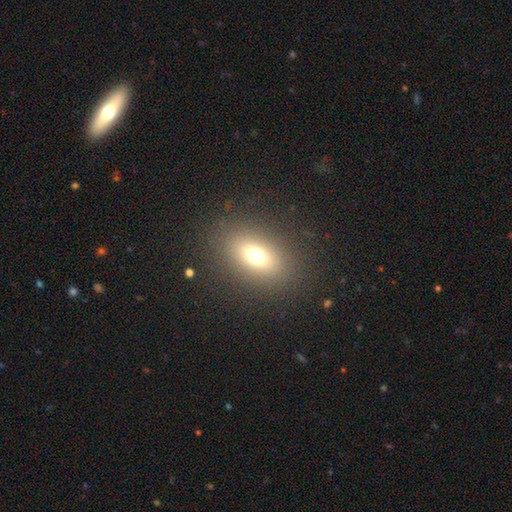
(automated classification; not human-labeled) This is likely a smooth galaxy (68%). How rounded: likely in between (72%). Merging: clearly none (85%).